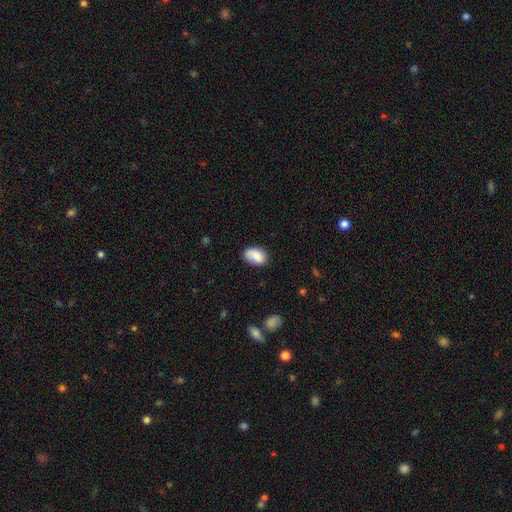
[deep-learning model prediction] A smooth galaxy with no disk features (86%) that is in between round and cigar-shaped (90%).

Vote fractions:
- Smooth or featured? smooth: 86% / star or artifact: 7% / featured or disk: 7%
- How rounded? in between: 90% / round: 9% / cigar-shaped: 1%
- Merging? none: 77% / minor disturbance: 18% / major disturbance: 3% / merger: 2%